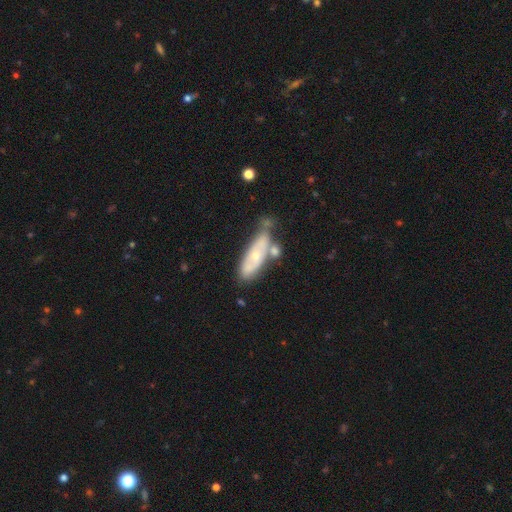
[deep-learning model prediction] A featured or disk galaxy (50%).

Vote fractions:
- Smooth or featured? featured or disk: 50% / smooth: 44% / star or artifact: 6%
- Edge-on disk? no: 74% / yes: 26%
- Merging? none: 48% / minor disturbance: 23% / merger: 22% / major disturbance: 8%